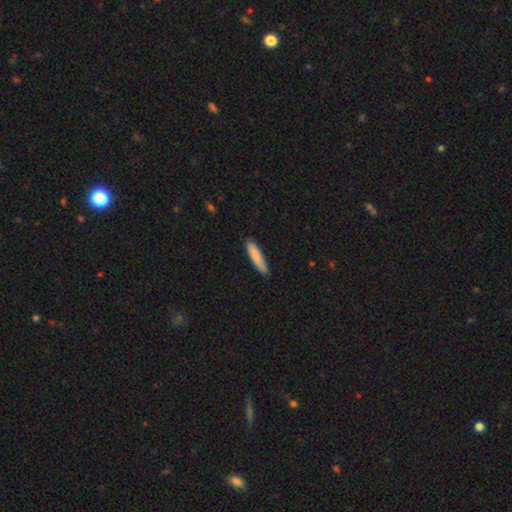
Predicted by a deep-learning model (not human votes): Q: Smooth or featured?
A: smooth (85%); runner-up: featured or disk (10%)
Q: How rounded?
A: cigar-shaped (83%); runner-up: in between (16%)
Q: Merging?
A: none (84%); runner-up: minor disturbance (13%)